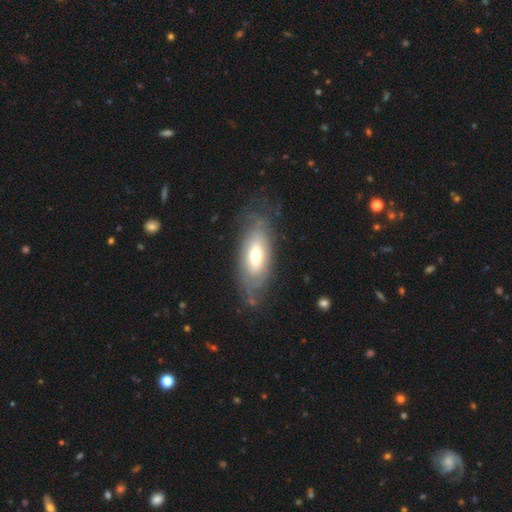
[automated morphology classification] This is possibly a featured or disk galaxy (52%). It is clearly not viewed edge-on (83%). Merging: likely none (68%).